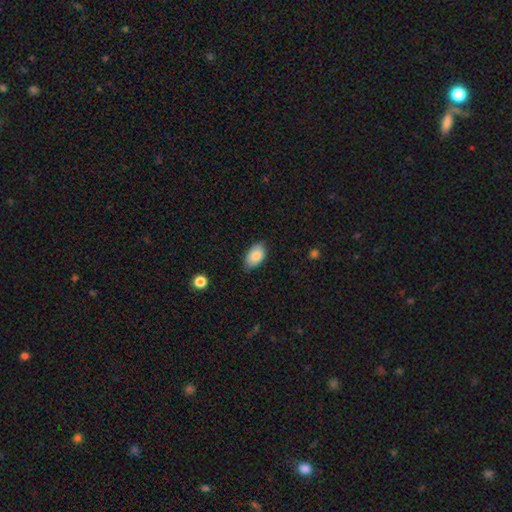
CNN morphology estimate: This is clearly a smooth galaxy (85%). How rounded: clearly in between (92%). Merging: likely none (75%).